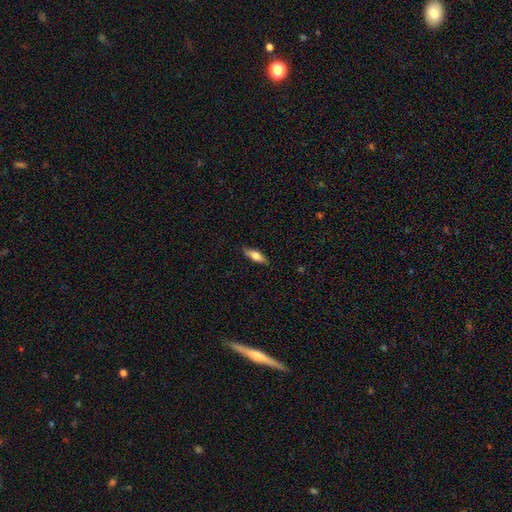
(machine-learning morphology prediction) type=smooth (58%); roundness=cigar-shaped (52%); merging=none (86%).